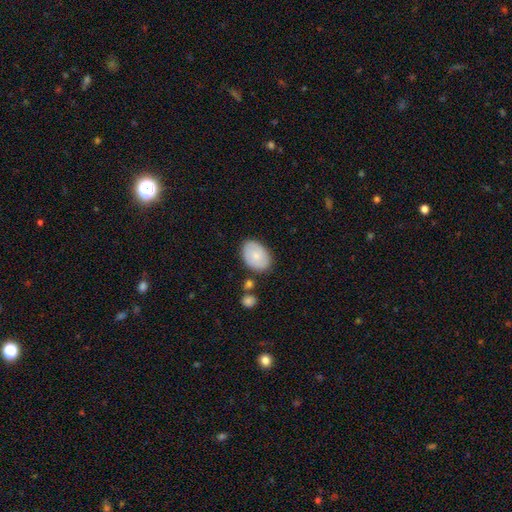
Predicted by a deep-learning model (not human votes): A smooth galaxy with no disk features (74%) that is in between round and cigar-shaped (84%). Merging: none (78%).